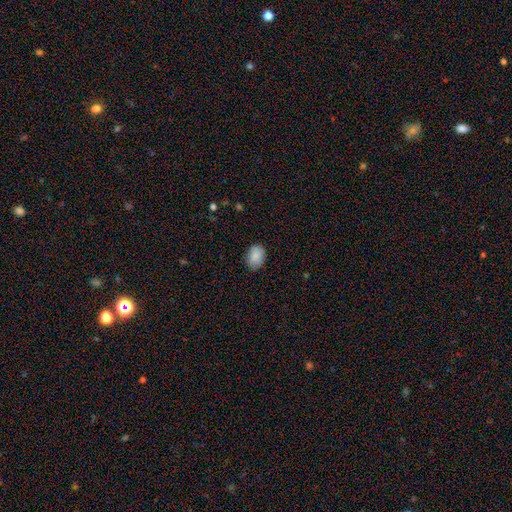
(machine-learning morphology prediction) smooth 87%, star or artifact 7%, featured or disk 6%. Down the decision tree: how rounded — in between (73%); merging — none (81%).